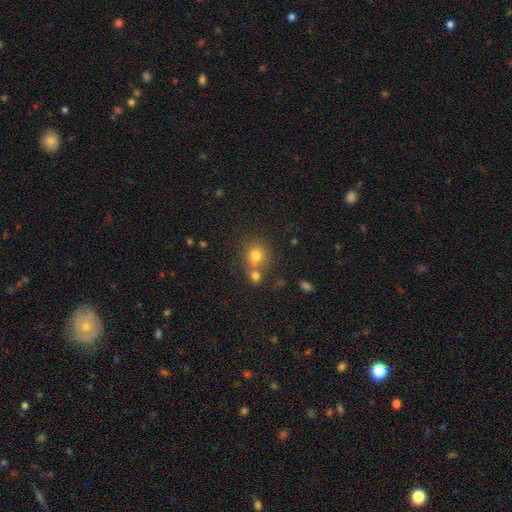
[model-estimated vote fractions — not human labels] The model was most divided on "merging": none: 53%, merger: 34%, minor disturbance: 9%, major disturbance: 4%. More confident: how rounded — round (85%); smooth or featured — smooth (76%).